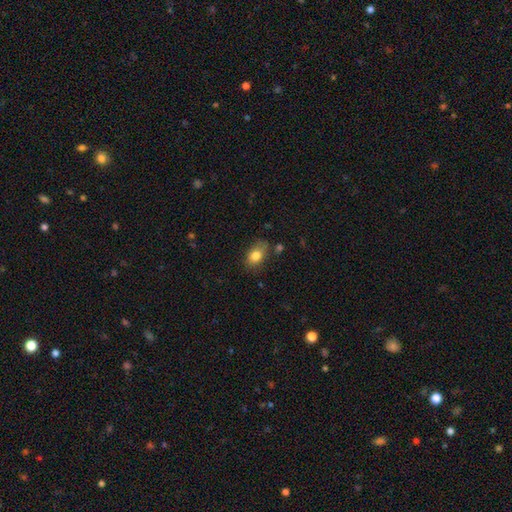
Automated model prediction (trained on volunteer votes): Smooth or featured?
  - smooth: 81% *
  - featured or disk: 11%
  - star or artifact: 8%
How rounded?
  - in between: 84% *
  - round: 15%
  - cigar-shaped: 2%
Merging?
  - none: 67% *
  - minor disturbance: 23%
  - major disturbance: 6%
  - merger: 4%